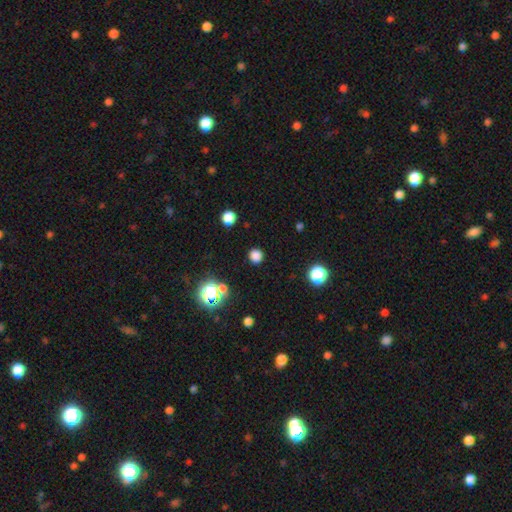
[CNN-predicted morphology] A smooth galaxy with no disk features (77%) that is round (92%). Merging: none (89%).